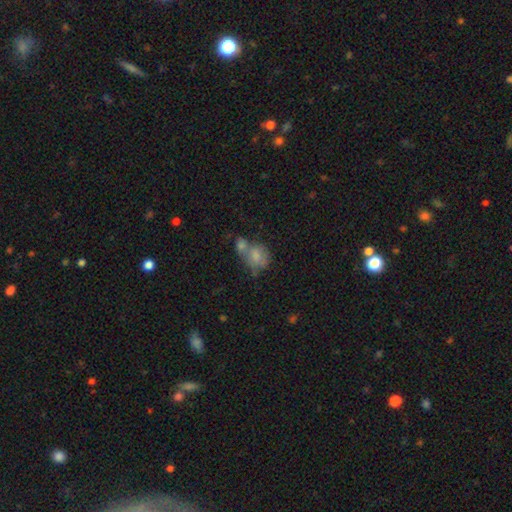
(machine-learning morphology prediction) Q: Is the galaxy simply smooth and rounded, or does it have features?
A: smooth — 73%.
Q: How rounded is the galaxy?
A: round — 60%.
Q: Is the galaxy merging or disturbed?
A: merger — 57%.